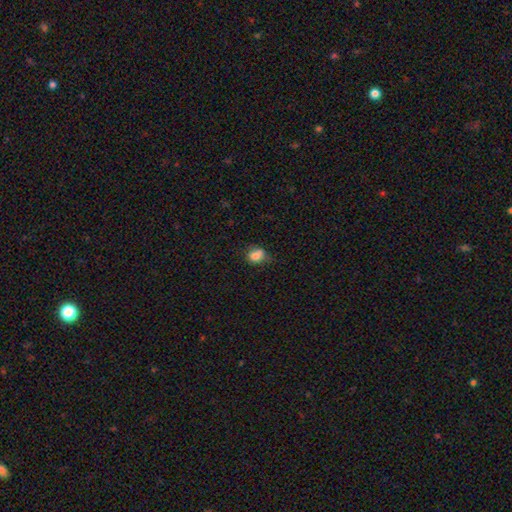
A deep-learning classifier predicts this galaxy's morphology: Smooth or featured?
  - smooth: 79% *
  - star or artifact: 11%
  - featured or disk: 10%
How rounded?
  - round: 56% *
  - in between: 43%
  - cigar-shaped: 1%
Merging?
  - none: 50% *
  - minor disturbance: 28%
  - merger: 13%
  - major disturbance: 8%